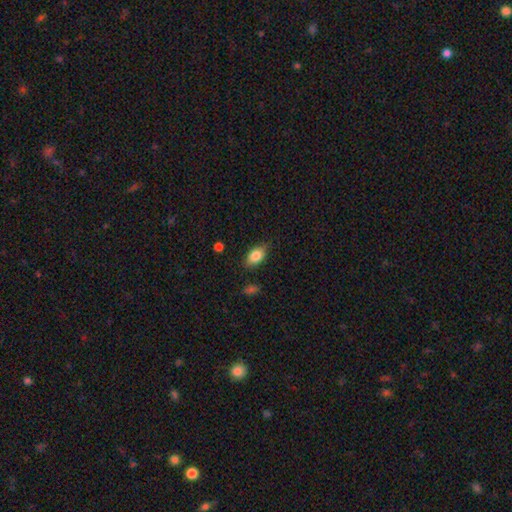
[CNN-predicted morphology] Smooth or featured? smooth (83%)
How rounded? in between (88%)
Merging? none (81%)